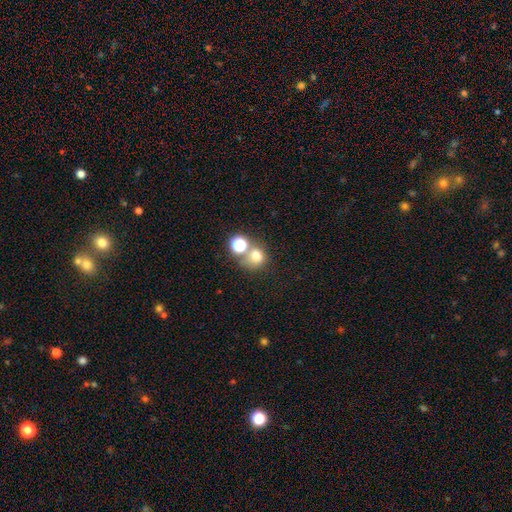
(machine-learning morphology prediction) Overall: smooth (71%). How rounded: round (76%). Merging: none (47%; merger 38%).